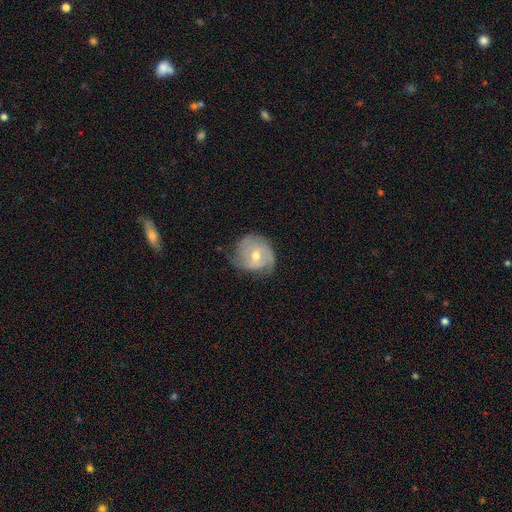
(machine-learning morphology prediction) type=featured or disk (65%); edge-on=no (97%); bar=no (58%); spiral arms=yes (83%); winding=tight (51%); arm count=2 (33%); bulge=moderate (61%); merging=none (57%).